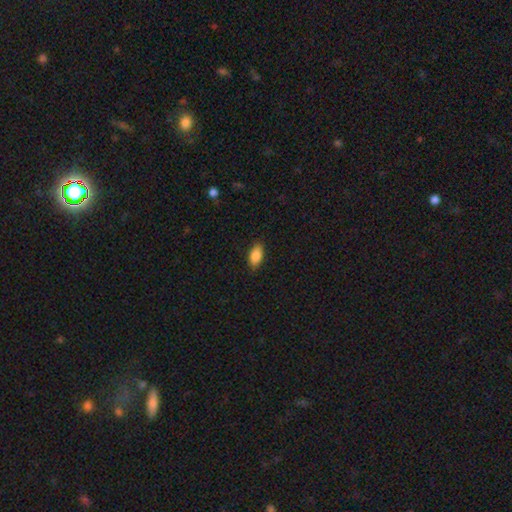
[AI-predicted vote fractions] Q: Smooth or featured?
A: smooth (87%); runner-up: star or artifact (7%)
Q: How rounded?
A: in between (90%); runner-up: cigar-shaped (7%)
Q: Merging?
A: none (87%); runner-up: minor disturbance (10%)